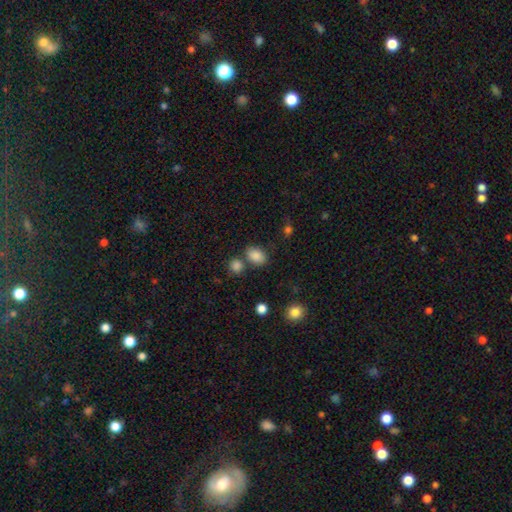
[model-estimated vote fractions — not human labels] Q: Smooth or featured?
A: smooth (85%); runner-up: star or artifact (10%)
Q: How rounded?
A: in between (71%); runner-up: round (27%)
Q: Merging?
A: none (66%); runner-up: merger (17%)